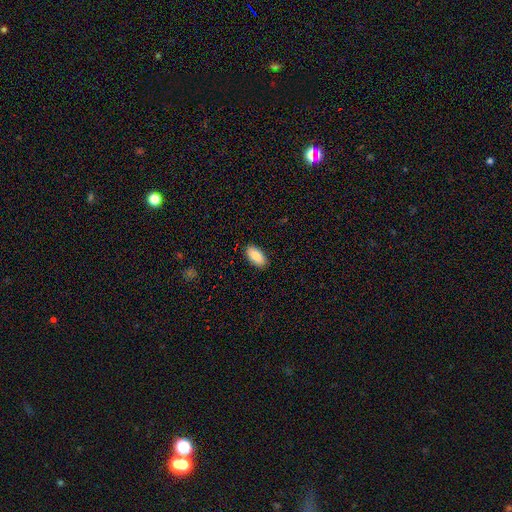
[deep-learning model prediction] This appears to be a smooth galaxy with no disk features (88%) that is in between round and cigar-shaped (93%). Merging: none (89%).